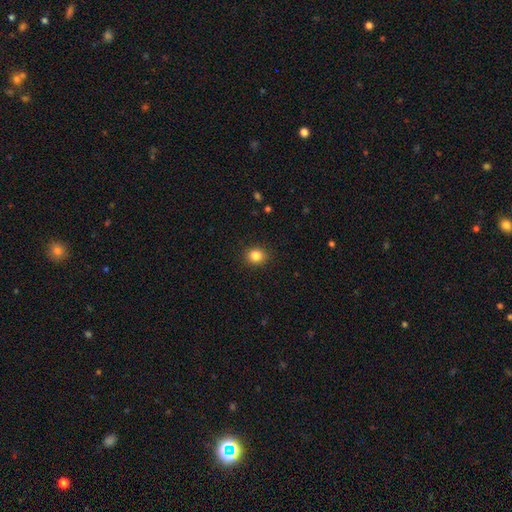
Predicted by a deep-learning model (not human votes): Smooth or featured?
  - smooth: 85% *
  - star or artifact: 11%
  - featured or disk: 4%
How rounded?
  - round: 78% *
  - in between: 21%
  - cigar-shaped: 1%
Merging?
  - none: 91% *
  - minor disturbance: 6%
  - major disturbance: 2%
  - merger: 1%